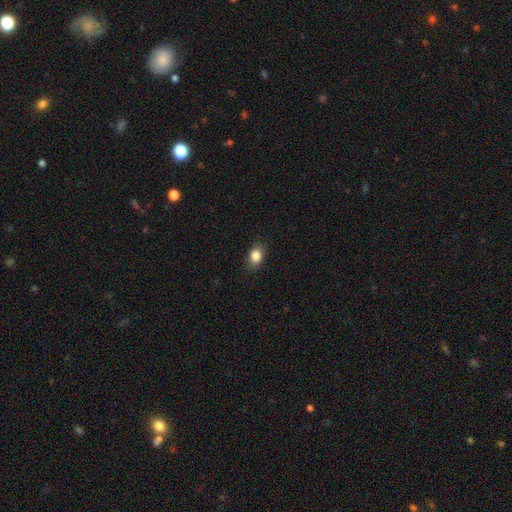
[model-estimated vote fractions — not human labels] A smooth galaxy with no disk features (84%) that is in between round and cigar-shaped (75%). Merging: none (84%).